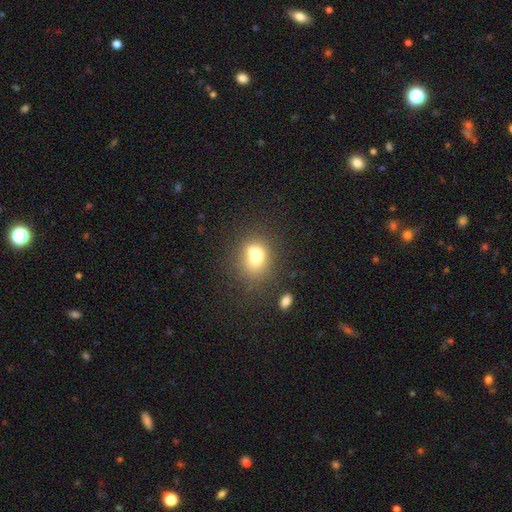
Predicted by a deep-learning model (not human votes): smooth 74%, featured or disk 13%, star or artifact 12%. Down the decision tree: how rounded — in between (55%); merging — none (51%).